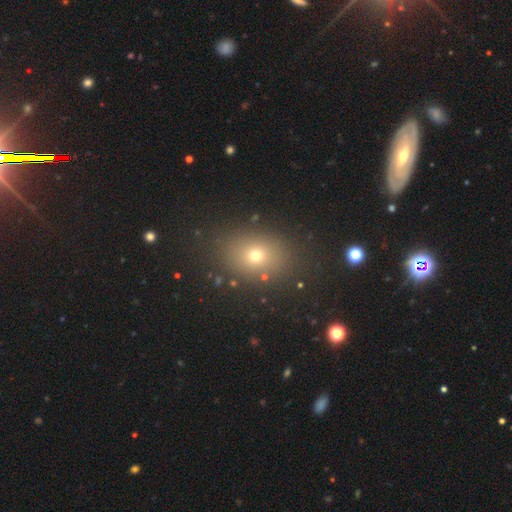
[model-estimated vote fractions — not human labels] Smooth or featured? Predicted: smooth (p=0.67). How rounded? Predicted: in between (p=0.55). Merging? Predicted: none (p=0.85).